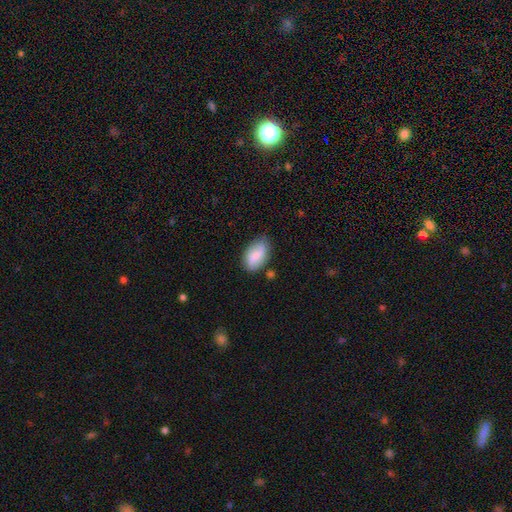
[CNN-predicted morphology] smooth 70%, featured or disk 22%, star or artifact 7%. Down the decision tree: how rounded — in between (92%); merging — none (65%).